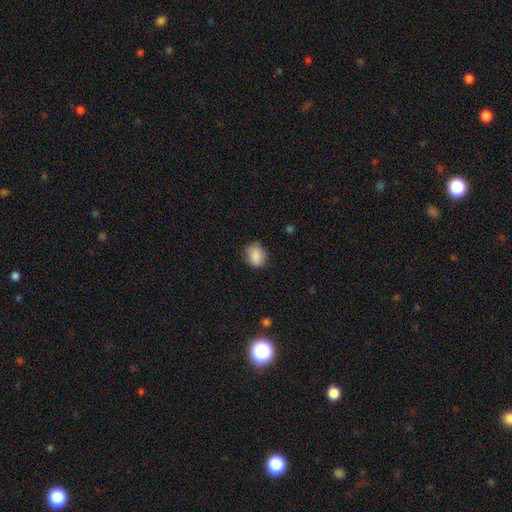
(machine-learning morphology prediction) Overall: smooth (88%). How rounded: round (58%; in between 41%). Merging: none (81%).